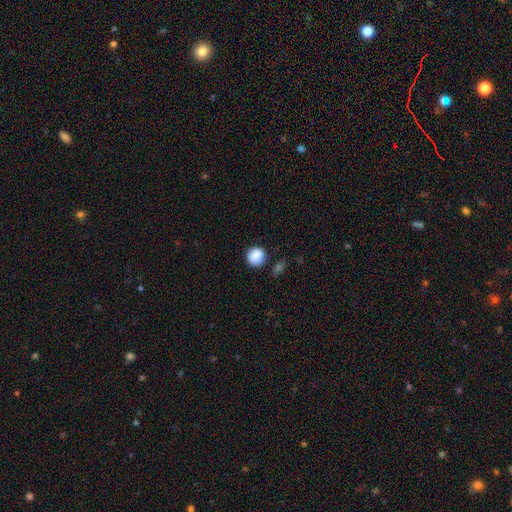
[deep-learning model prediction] This is clearly a smooth galaxy (86%). How rounded: likely round (79%). Merging: likely none (73%).